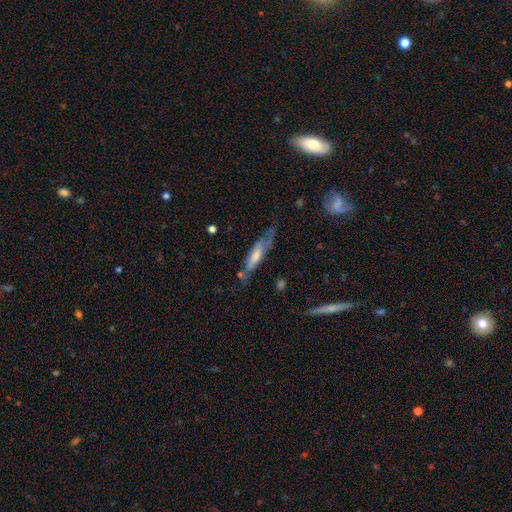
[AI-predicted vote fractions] This is possibly a featured or disk galaxy (57%). It is likely viewed edge-on (61%). Merging: possibly none (53%).